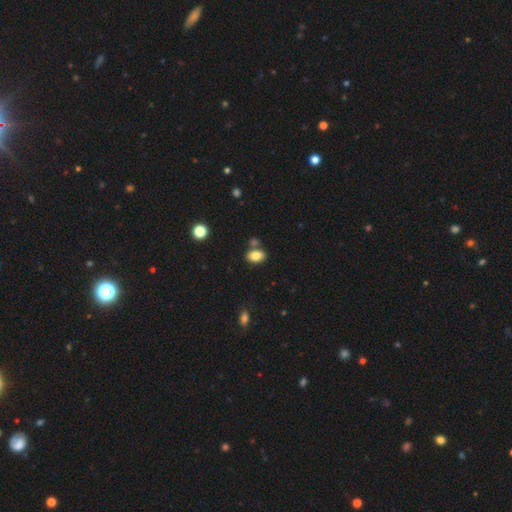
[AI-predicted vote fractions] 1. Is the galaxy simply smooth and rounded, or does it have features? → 83% smooth, 9% star or artifact, 8% featured or disk.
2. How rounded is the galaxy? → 83% in between, 15% round, 1% cigar-shaped.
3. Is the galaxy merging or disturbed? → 69% none, 16% merger, 12% minor disturbance, 3% major disturbance.